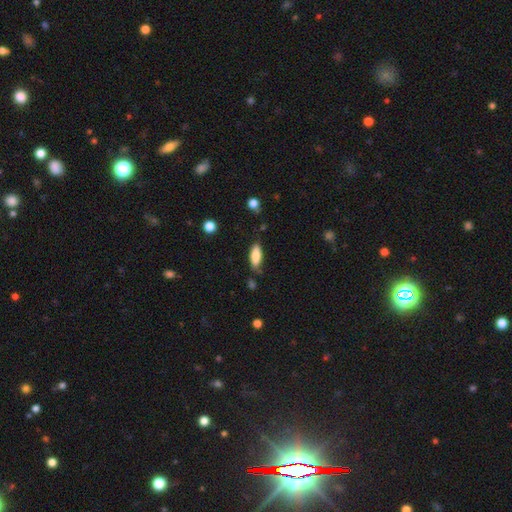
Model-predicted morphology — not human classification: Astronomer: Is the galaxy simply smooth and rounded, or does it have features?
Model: smooth — 83%.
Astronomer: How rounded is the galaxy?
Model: in between — 74%.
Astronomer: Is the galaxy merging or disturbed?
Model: none — 76%.